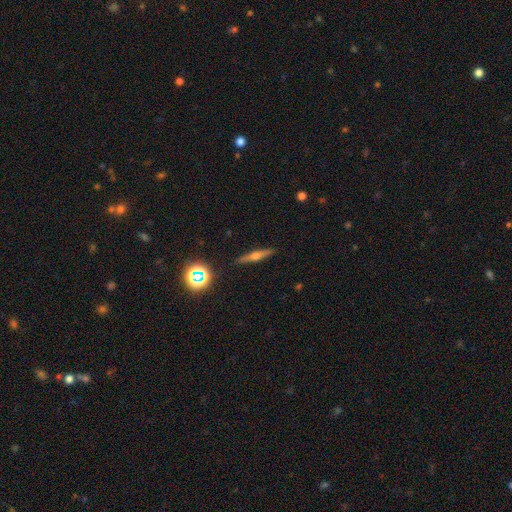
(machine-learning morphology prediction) smooth_or_featured: featured or disk (p=0.61) [alt: smooth p=0.28]
disk_edge_on: yes (p=0.96) [alt: no p=0.04]
edge_on_bulge: rounded (p=0.87) [alt: none p=0.07]
merging: none (p=0.91) [alt: minor disturbance p=0.07]